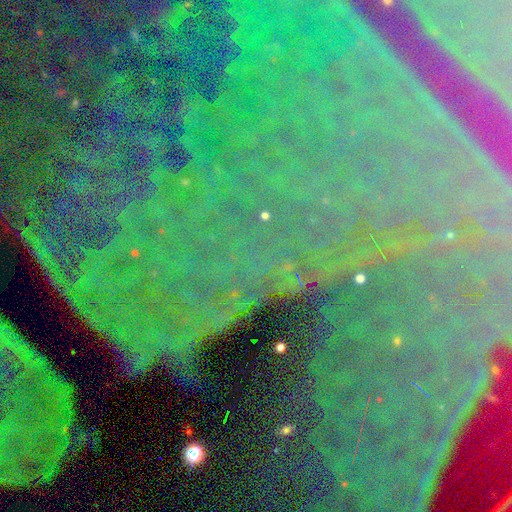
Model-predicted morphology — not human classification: Smooth or featured: star or artifact — 84% (featured or disk — 8%)